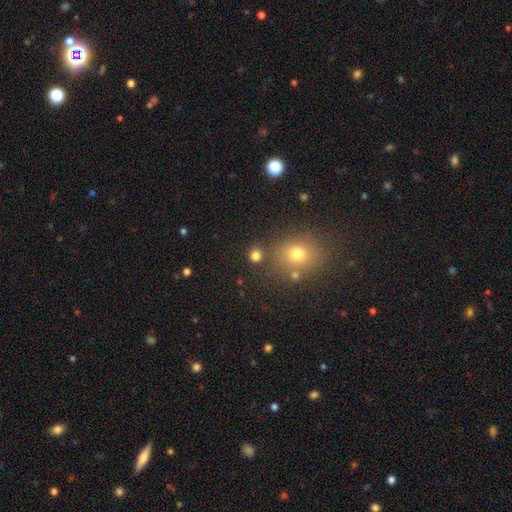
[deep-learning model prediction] Q: Smooth or featured?
A: smooth (78%); runner-up: star or artifact (17%)
Q: How rounded?
A: round (85%); runner-up: in between (14%)
Q: Merging?
A: none (80%); runner-up: merger (8%)